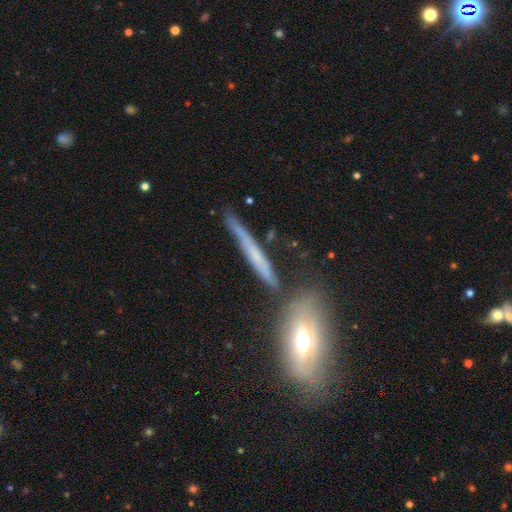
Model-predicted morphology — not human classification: featured or disk 50%, smooth 40%, star or artifact 9%. Down the decision tree: edge-on disk — yes (88%); merging — none (71%).